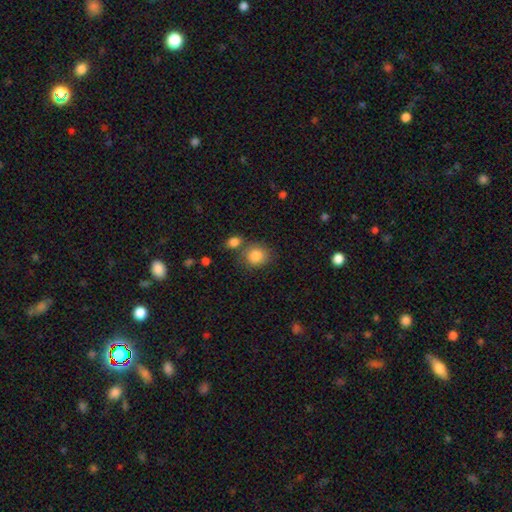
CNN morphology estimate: type=smooth (86%); roundness=round (76%); merging=none (65%).